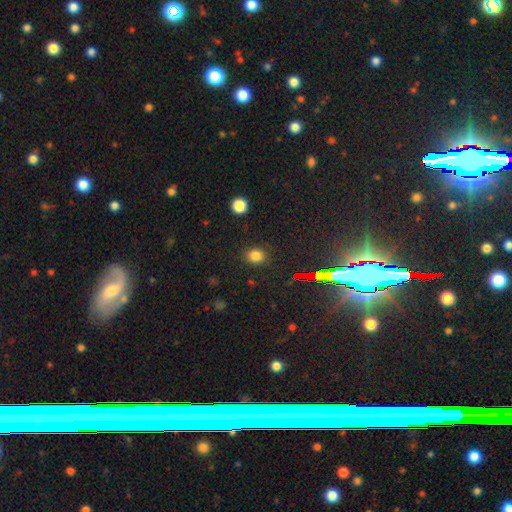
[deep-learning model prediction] A smooth galaxy with no disk features (78%) that is round (67%).

Vote fractions:
- Smooth or featured? smooth: 78% / star or artifact: 16% / featured or disk: 5%
- How rounded? round: 67% / in between: 32% / cigar-shaped: 1%
- Merging? none: 87% / minor disturbance: 9% / major disturbance: 3% / merger: 2%